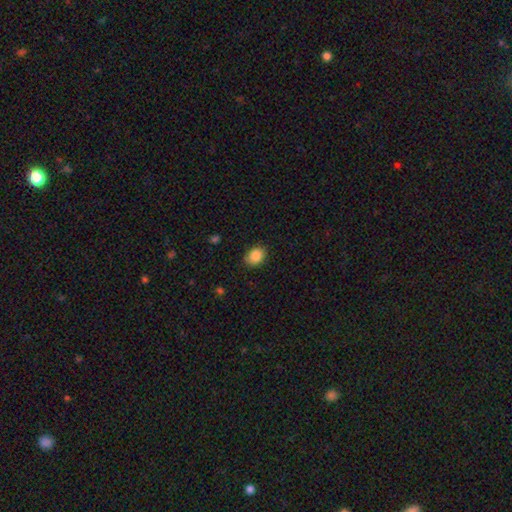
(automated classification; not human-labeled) smooth 86%, star or artifact 9%, featured or disk 5%. Down the decision tree: how rounded — in between (62%); merging — none (83%).